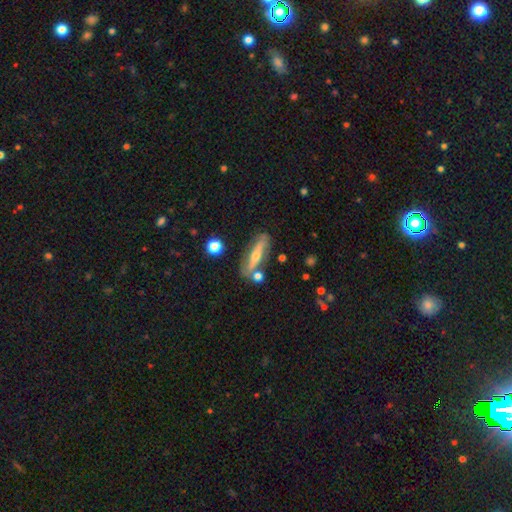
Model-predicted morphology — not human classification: This appears to be a featured or disk galaxy (63%) viewed edge-on (64%). Merging: none (74%).